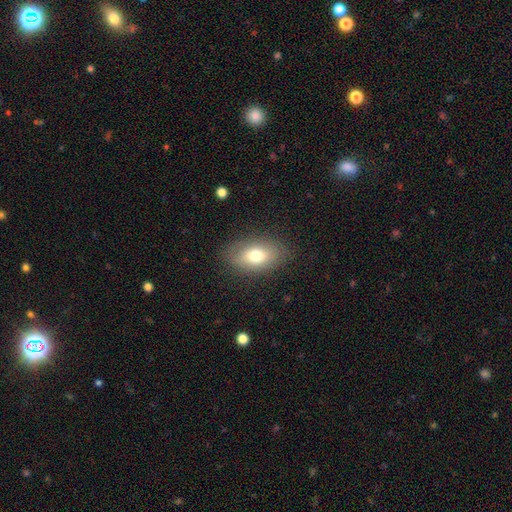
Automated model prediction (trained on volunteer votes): Morphology: type=smooth (73%); roundness=in between (88%); merging=none (82%).